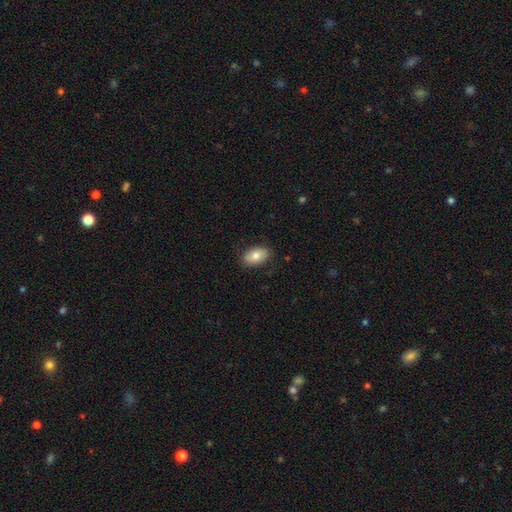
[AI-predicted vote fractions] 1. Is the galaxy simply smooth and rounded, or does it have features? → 79% smooth, 14% featured or disk, 7% star or artifact.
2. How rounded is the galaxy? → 91% in between, 7% round, 2% cigar-shaped.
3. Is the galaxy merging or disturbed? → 85% none, 11% minor disturbance, 2% major disturbance, 1% merger.